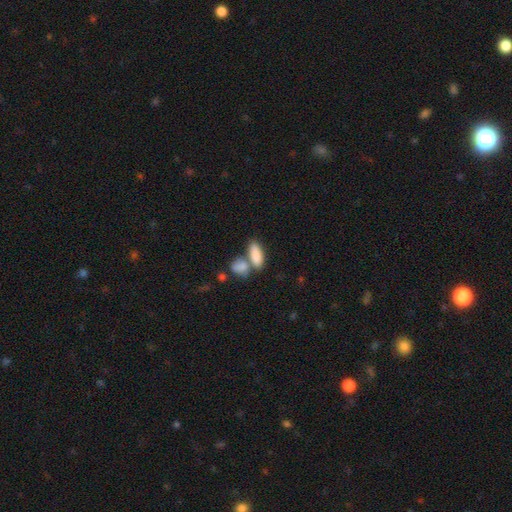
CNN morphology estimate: smooth-or-featured: smooth: 84% | featured or disk: 9% | star or artifact: 7%
  how-rounded: in between: 83% | cigar-shaped: 13% | round: 4%
  merging: merger: 48% | none: 37% | minor disturbance: 10% | major disturbance: 5%